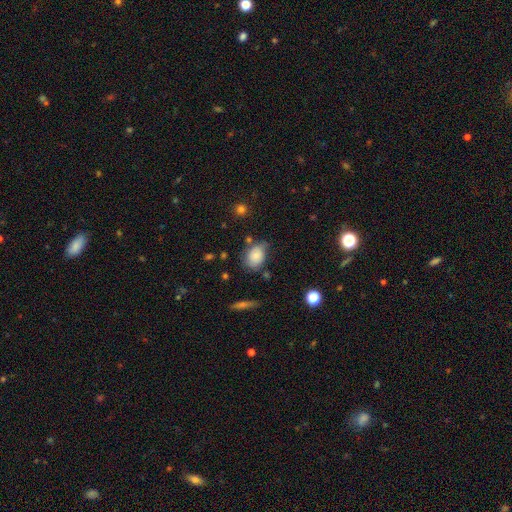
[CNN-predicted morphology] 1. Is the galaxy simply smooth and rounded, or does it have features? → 72% smooth, 19% featured or disk, 9% star or artifact.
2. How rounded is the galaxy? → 67% in between, 32% round, 1% cigar-shaped.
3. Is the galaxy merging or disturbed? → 52% none, 32% minor disturbance, 10% major disturbance, 6% merger.